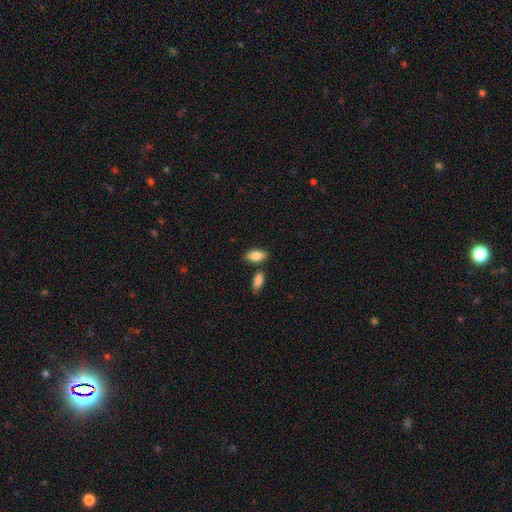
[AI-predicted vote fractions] The model was most divided on "merging": none: 77%, minor disturbance: 11%, merger: 10%, major disturbance: 3%. More confident: how rounded — in between (91%); smooth or featured — smooth (84%).